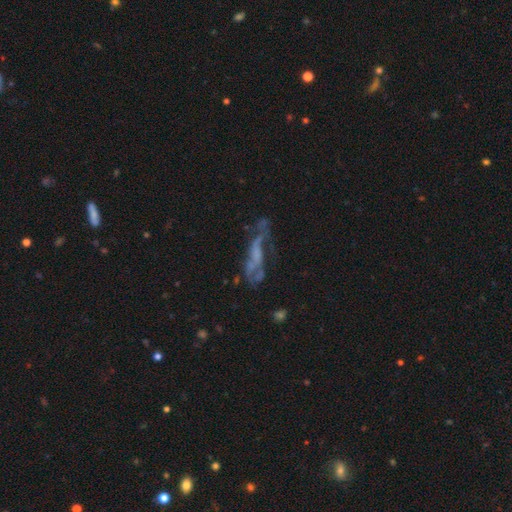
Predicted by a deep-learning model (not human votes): Smooth or featured?
  - featured or disk: 61% *
  - smooth: 23%
  - star or artifact: 16%
Edge-on disk?
  - no: 77% *
  - yes: 23%
Merging?
  - none: 39% *
  - major disturbance: 32%
  - minor disturbance: 20%
  - merger: 9%